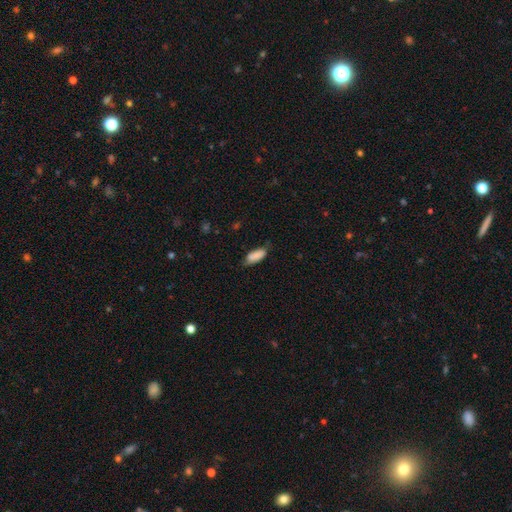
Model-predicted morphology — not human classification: This is clearly a smooth galaxy (85%). How rounded: likely in between (79%). Merging: likely none (61%).